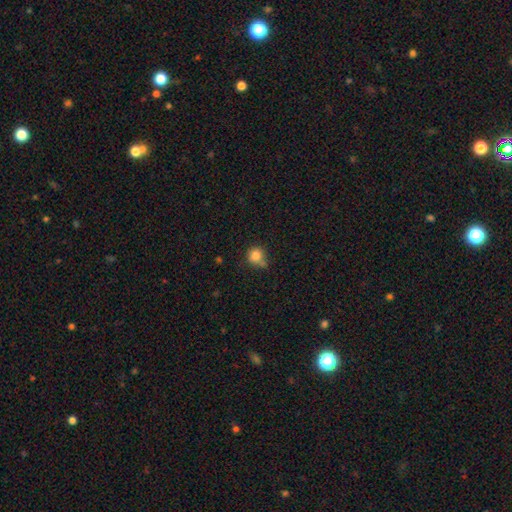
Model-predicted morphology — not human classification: smooth 82%, star or artifact 11%, featured or disk 7%. Down the decision tree: how rounded — round (88%); merging — none (60%).